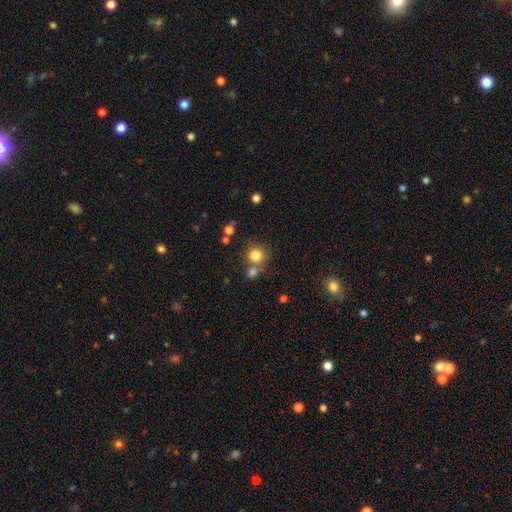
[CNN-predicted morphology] The model was most divided on "merging": none: 64%, merger: 23%, minor disturbance: 9%, major disturbance: 4%. More confident: how rounded — round (89%); smooth or featured — smooth (81%).